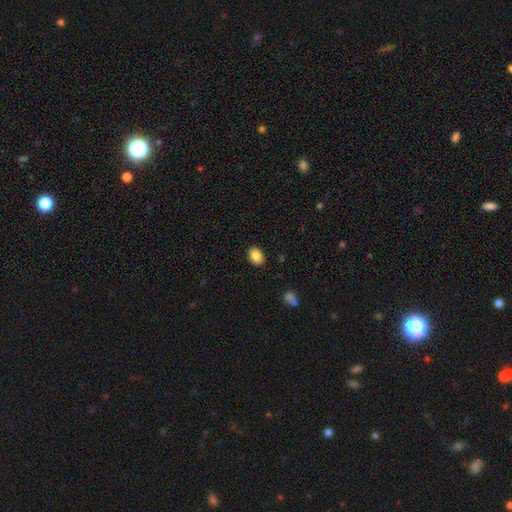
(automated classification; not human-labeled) Smooth or featured: smooth — 85% (star or artifact — 8%)
How rounded: in between — 62% (round — 37%)
Merging: none — 90% (minor disturbance — 7%)